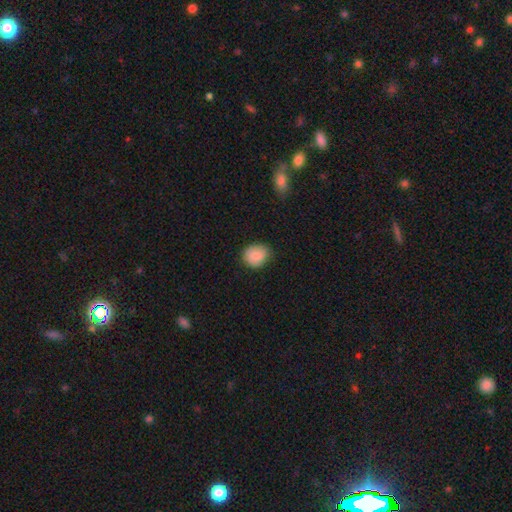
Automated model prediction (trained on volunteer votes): This appears to be a smooth galaxy with no disk features (86%) that is round (63%). Merging: none (77%).